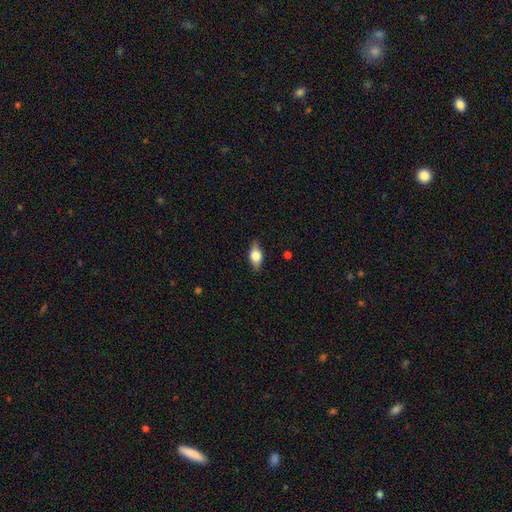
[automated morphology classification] smooth 62%, featured or disk 30%, star or artifact 8%. Down the decision tree: how rounded — in between (80%); merging — none (82%).